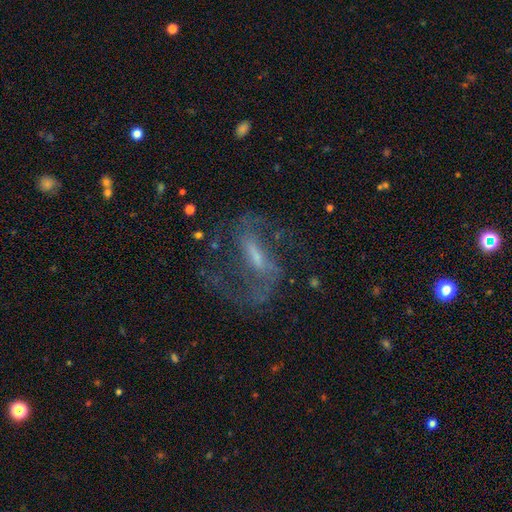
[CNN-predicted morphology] type=featured or disk (81%); edge-on=no (93%); bar=strong (45%); spiral arms=yes (91%); winding=medium (47%); arm count=2 (86%); bulge=small (44%); merging=none (63%).